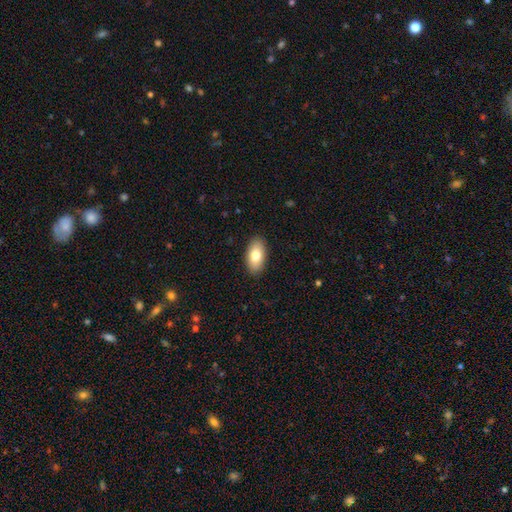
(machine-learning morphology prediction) Smooth or featured: smooth — 79% (featured or disk — 14%)
How rounded: in between — 94% (round — 3%)
Merging: none — 89% (minor disturbance — 8%)